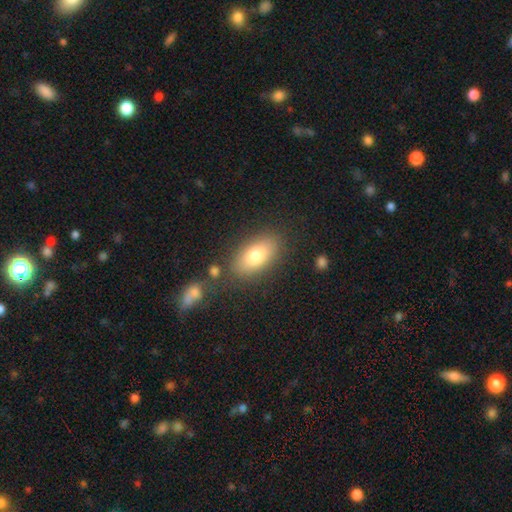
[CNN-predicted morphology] Smooth or featured?
  - smooth: 77% *
  - featured or disk: 15%
  - star or artifact: 8%
How rounded?
  - in between: 89% *
  - round: 6%
  - cigar-shaped: 5%
Merging?
  - none: 80% *
  - minor disturbance: 11%
  - merger: 4%
  - major disturbance: 4%